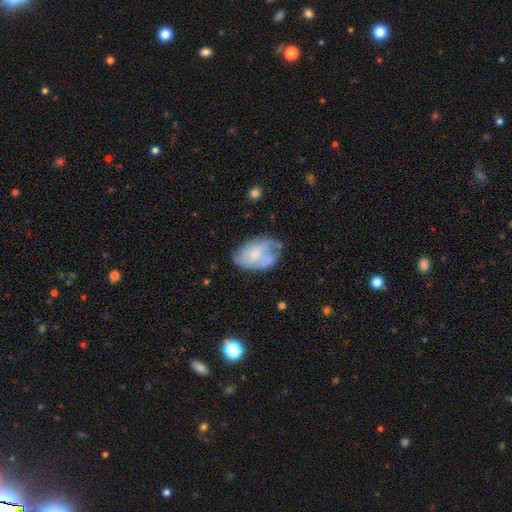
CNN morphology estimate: This appears to be a featured or disk galaxy (53%) with no bar (73%), spiral arms (63%) and a small central bulge (46%). Merging: none (46%).